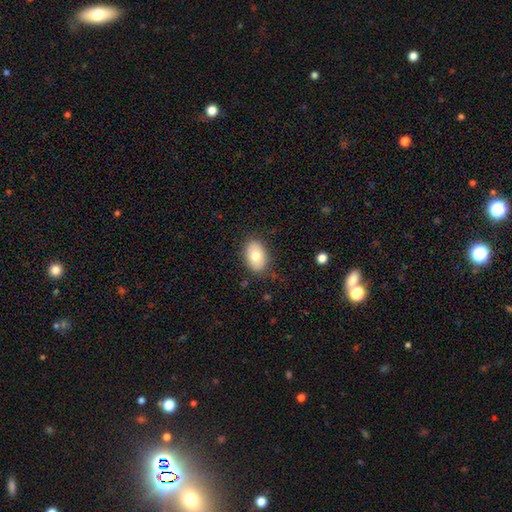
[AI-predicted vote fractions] A smooth galaxy with no disk features (76%) that is in between round and cigar-shaped (87%). Merging: none (84%).